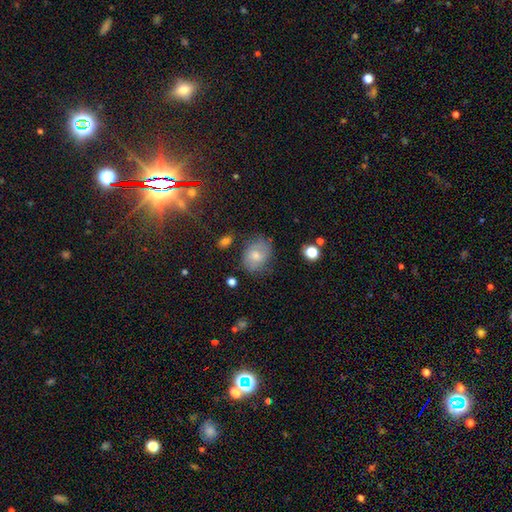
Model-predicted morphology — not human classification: Overall: smooth (69%). How rounded: in between (57%; round 42%). Merging: none (66%).